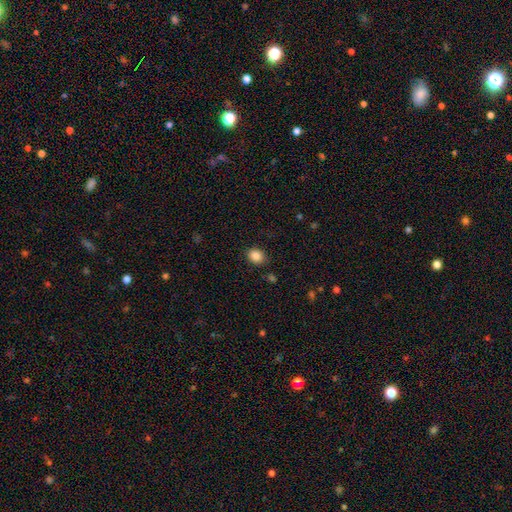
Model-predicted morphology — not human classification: A smooth galaxy with no disk features (87%) that is in between round and cigar-shaped (50%).

Vote fractions:
- Smooth or featured? smooth: 87% / star or artifact: 9% / featured or disk: 4%
- How rounded? in between: 50% / round: 49% / cigar-shaped: 1%
- Merging? none: 85% / minor disturbance: 10% / major disturbance: 3% / merger: 2%